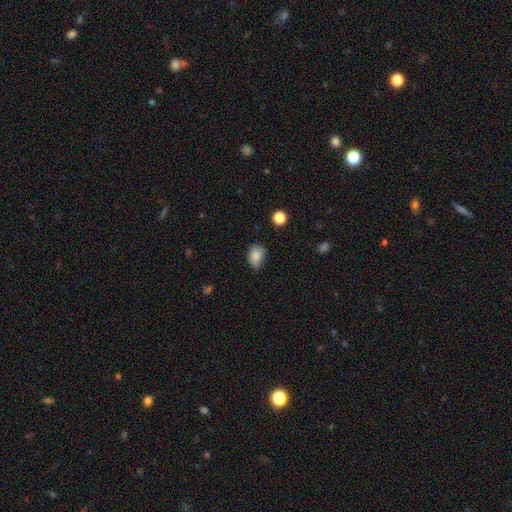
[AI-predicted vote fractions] Smooth or featured?
  - smooth: 84% *
  - star or artifact: 10%
  - featured or disk: 7%
How rounded?
  - in between: 70% *
  - round: 29%
  - cigar-shaped: 1%
Merging?
  - none: 52% *
  - minor disturbance: 39%
  - major disturbance: 8%
  - merger: 2%